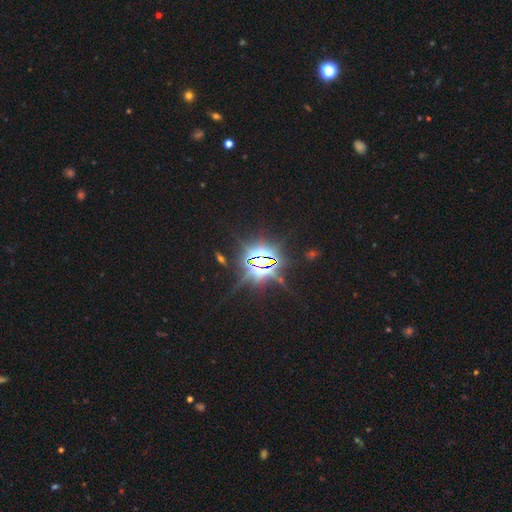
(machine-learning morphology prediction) This appears to be a star or artifact, not a galaxy (83%).